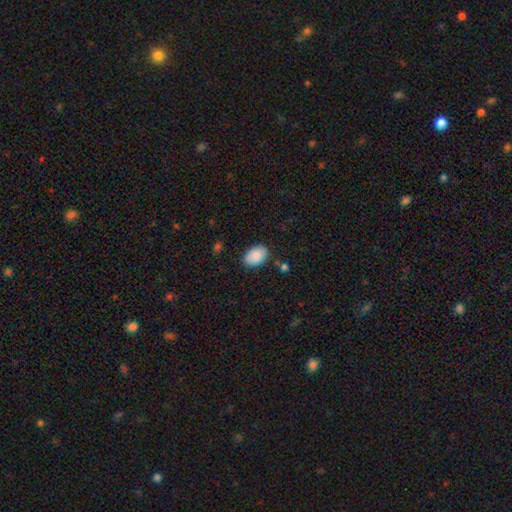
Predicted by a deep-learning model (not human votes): This is clearly a smooth galaxy (87%). How rounded: clearly in between (87%). Merging: clearly none (83%).